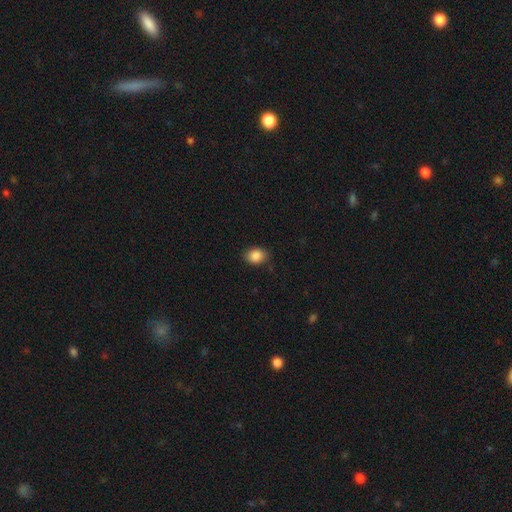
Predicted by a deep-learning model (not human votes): Q: Smooth or featured?
A: smooth (87%); runner-up: star or artifact (9%)
Q: How rounded?
A: in between (56%); runner-up: round (43%)
Q: Merging?
A: none (83%); runner-up: minor disturbance (13%)